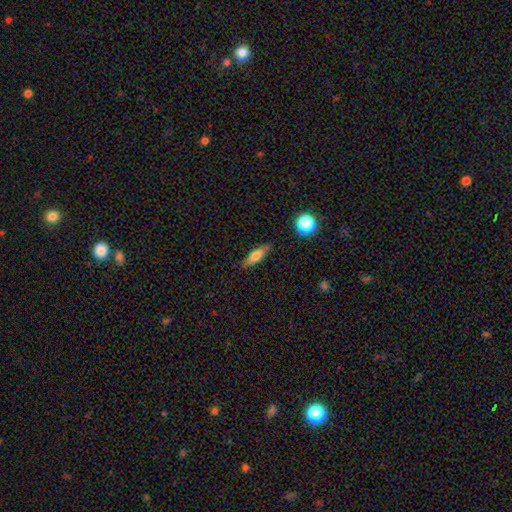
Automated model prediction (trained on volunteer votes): Overall: smooth (66%; featured or disk 26%). How rounded: cigar-shaped (51%; in between 45%). Merging: none (84%).